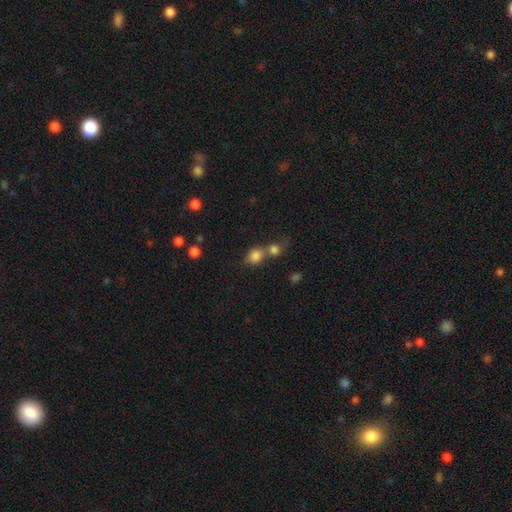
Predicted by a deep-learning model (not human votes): This is clearly a smooth galaxy (81%). How rounded: likely round (64%). Merging: possibly merger (48%).